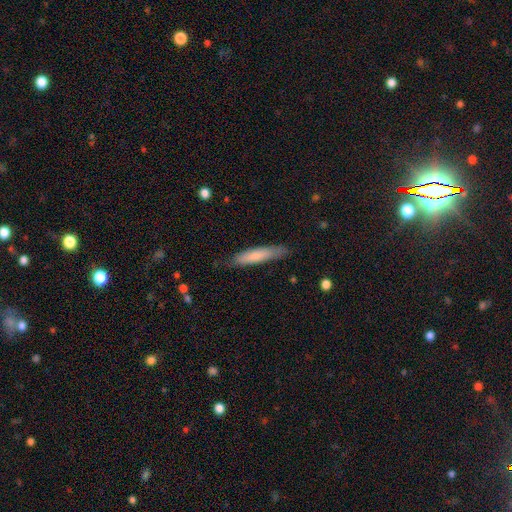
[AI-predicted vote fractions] Smooth or featured? Predicted: smooth (p=0.74). How rounded? Predicted: cigar-shaped (p=0.87). Merging? Predicted: none (p=0.81).